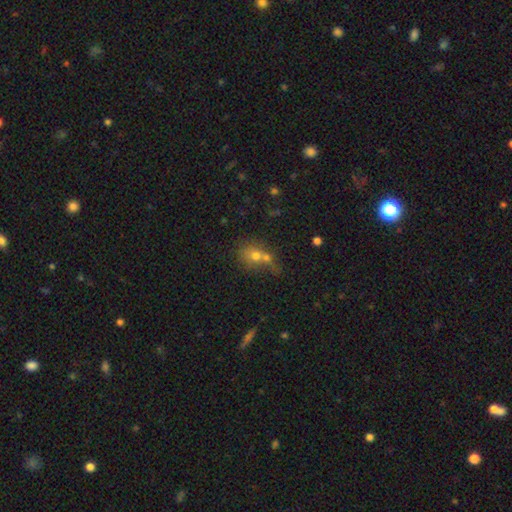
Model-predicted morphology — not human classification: The model was most divided on "how rounded": round: 65%, in between: 34%, cigar-shaped: 2%. More confident: smooth or featured — smooth (67%); merging — merger (57%).